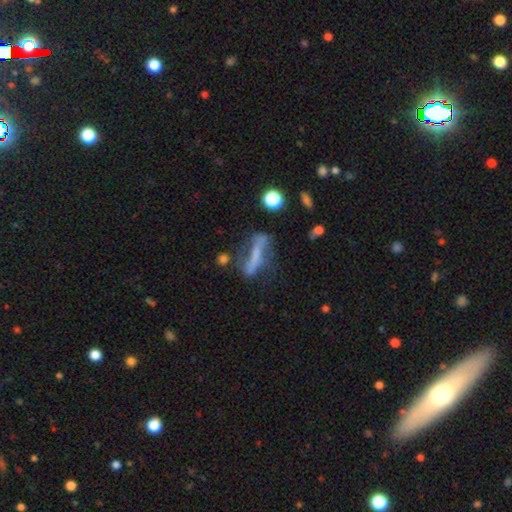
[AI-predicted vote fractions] Q: Smooth or featured?
A: featured or disk (51%); runner-up: smooth (36%)
Q: Edge-on disk?
A: no (57%); runner-up: yes (43%)
Q: Merging?
A: none (49%); runner-up: minor disturbance (23%)